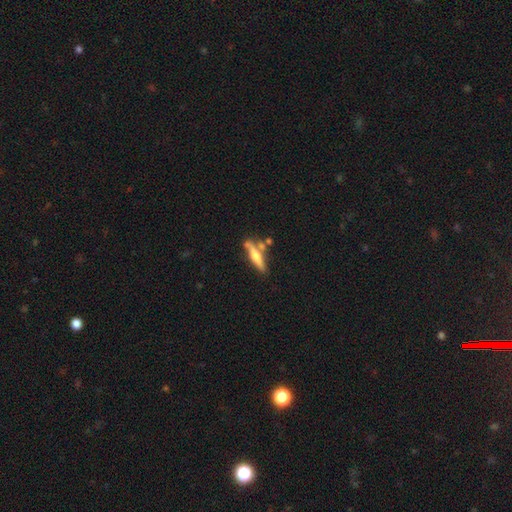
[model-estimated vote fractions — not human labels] Morphology: type=featured or disk (53%); edge-on=yes (92%); merging=none (64%).